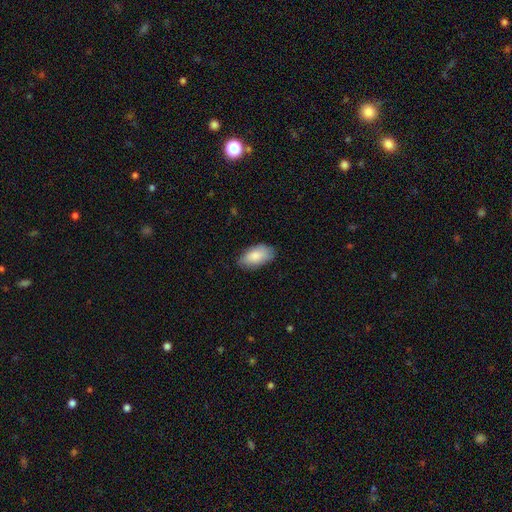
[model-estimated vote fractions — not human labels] smooth 84%, featured or disk 10%, star or artifact 6%. Down the decision tree: how rounded — in between (94%); merging — none (80%).